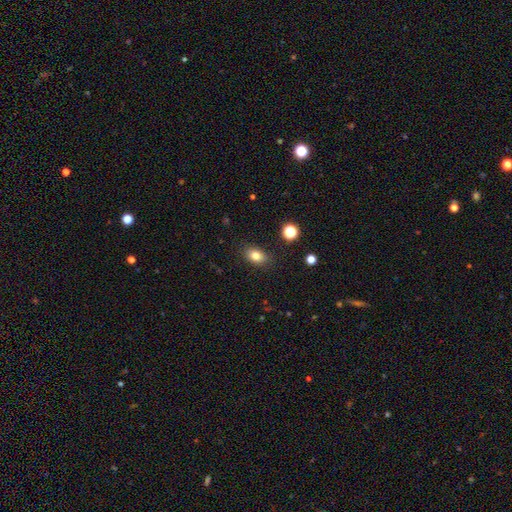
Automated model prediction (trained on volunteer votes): smooth 81%, star or artifact 11%, featured or disk 8%. Down the decision tree: how rounded — in between (79%); merging — none (84%).